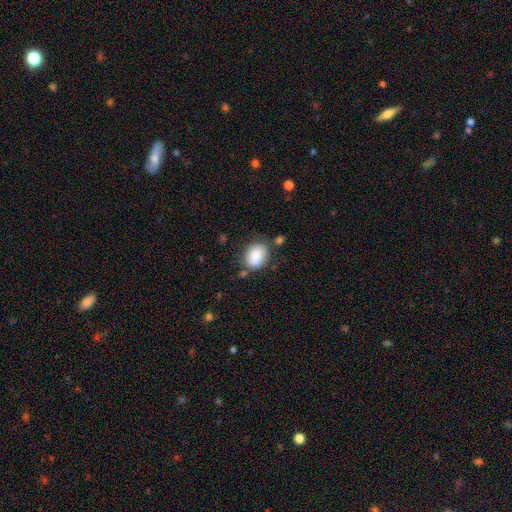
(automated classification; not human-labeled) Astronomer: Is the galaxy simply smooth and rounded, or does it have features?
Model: smooth — 78%.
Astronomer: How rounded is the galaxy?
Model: in between — 54% (runner-up: round, 45%).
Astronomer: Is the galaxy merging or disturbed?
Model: none — 70%.